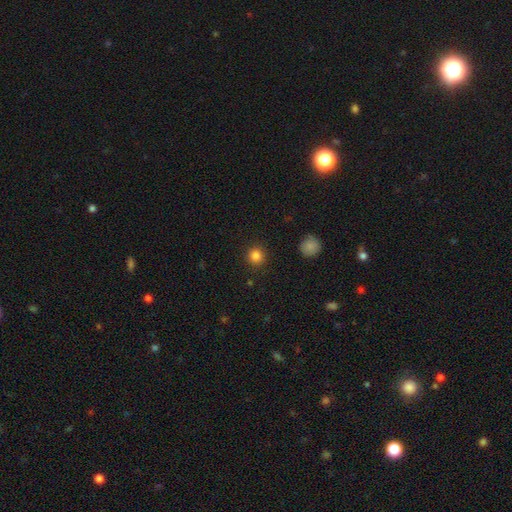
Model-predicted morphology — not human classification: A smooth galaxy with no disk features (85%) that is round (94%).

Vote fractions:
- Smooth or featured? smooth: 85% / star or artifact: 12% / featured or disk: 4%
- How rounded? round: 94% / in between: 6% / cigar-shaped: 1%
- Merging? none: 91% / minor disturbance: 6% / major disturbance: 2% / merger: 1%